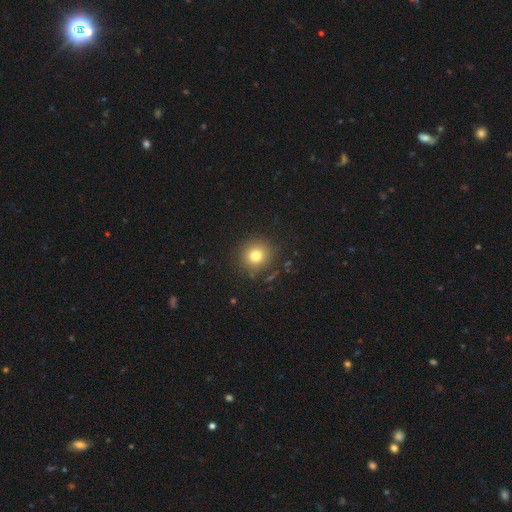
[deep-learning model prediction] Smooth or featured?
  - smooth: 77% *
  - star or artifact: 13%
  - featured or disk: 9%
How rounded?
  - round: 91% *
  - in between: 8%
  - cigar-shaped: 1%
Merging?
  - none: 87% *
  - minor disturbance: 8%
  - major disturbance: 3%
  - merger: 2%